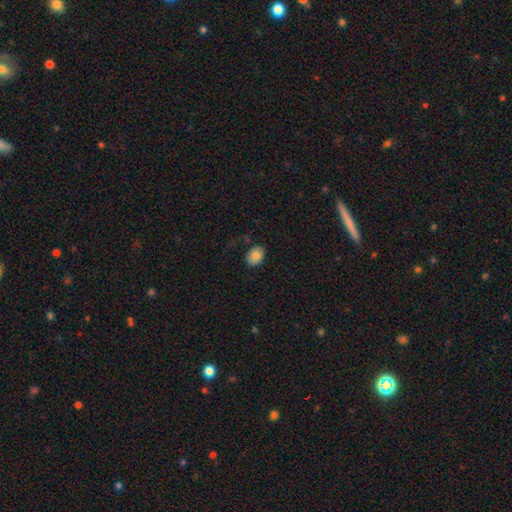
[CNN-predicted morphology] smooth 80%, featured or disk 12%, star or artifact 8%. Down the decision tree: how rounded — in between (68%); merging — none (80%).